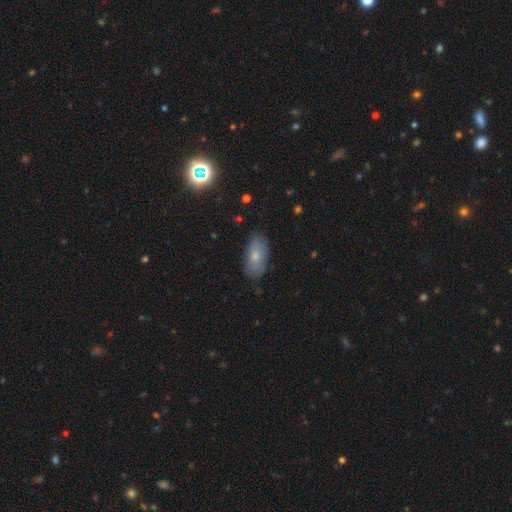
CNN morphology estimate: Q: Smooth or featured?
A: smooth (71%); runner-up: featured or disk (21%)
Q: How rounded?
A: in between (91%); runner-up: cigar-shaped (5%)
Q: Merging?
A: none (81%); runner-up: minor disturbance (15%)